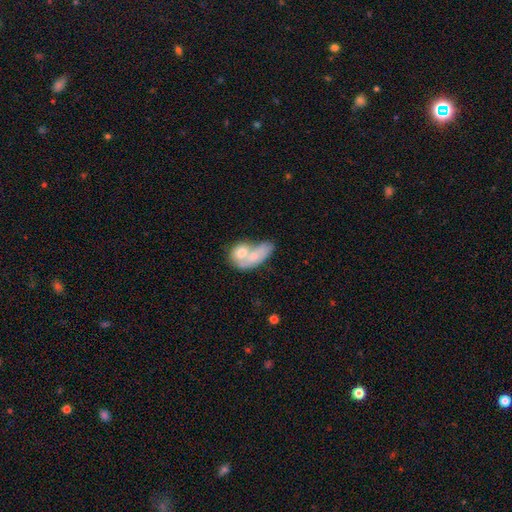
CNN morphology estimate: This is likely a smooth galaxy (64%). How rounded: likely in between (73%). Merging: likely merger (69%).